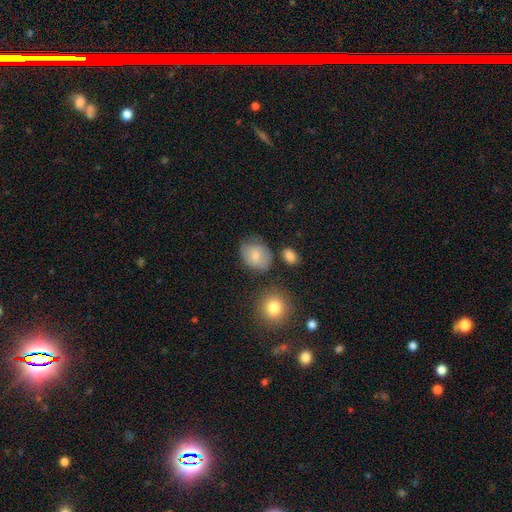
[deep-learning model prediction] The model was most divided on "how rounded": in between: 52%, round: 47%, cigar-shaped: 1%. More confident: smooth or featured — smooth (75%); merging — none (63%).